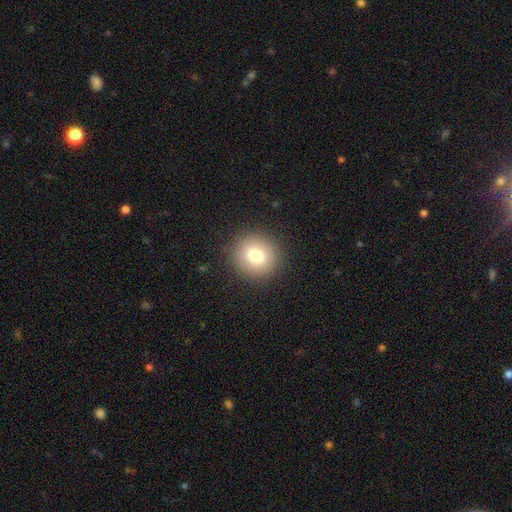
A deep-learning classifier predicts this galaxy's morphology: Overall: smooth (78%). How rounded: round (90%). Merging: none (90%).